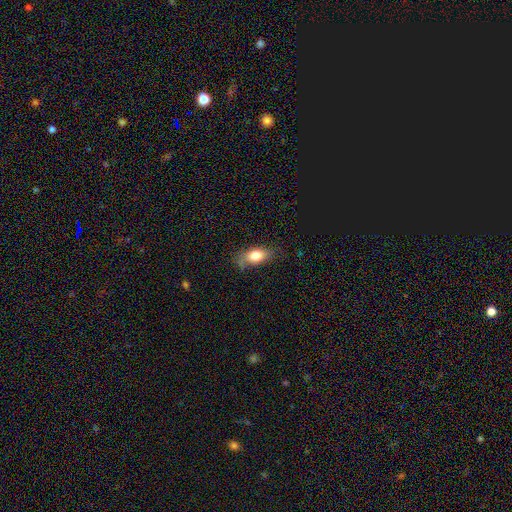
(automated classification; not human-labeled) Q: Smooth or featured?
A: smooth (78%); runner-up: featured or disk (14%)
Q: How rounded?
A: in between (87%); runner-up: round (7%)
Q: Merging?
A: none (64%); runner-up: minor disturbance (26%)